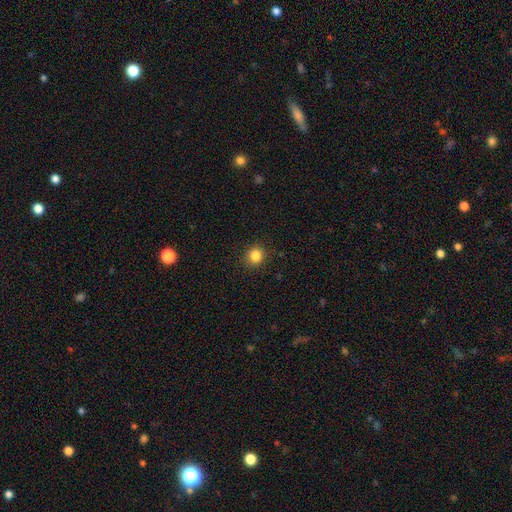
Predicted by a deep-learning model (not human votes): This appears to be a smooth galaxy with no disk features (84%) that is round (87%). Merging: none (90%).